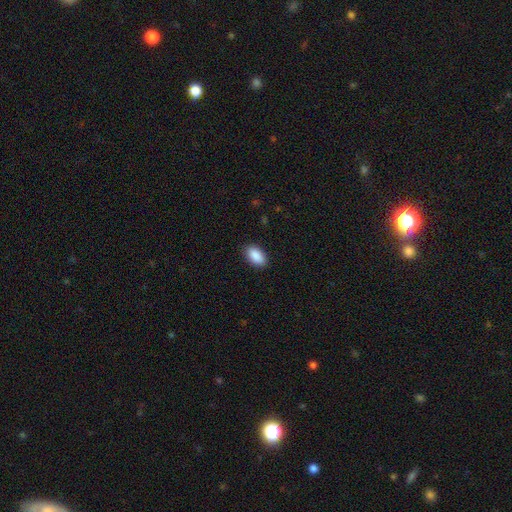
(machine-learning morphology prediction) A smooth galaxy with no disk features (90%) that is in between round and cigar-shaped (94%).

Vote fractions:
- Smooth or featured? smooth: 90% / star or artifact: 7% / featured or disk: 3%
- How rounded? in between: 94% / round: 4% / cigar-shaped: 2%
- Merging? none: 88% / minor disturbance: 9% / major disturbance: 2% / merger: 1%